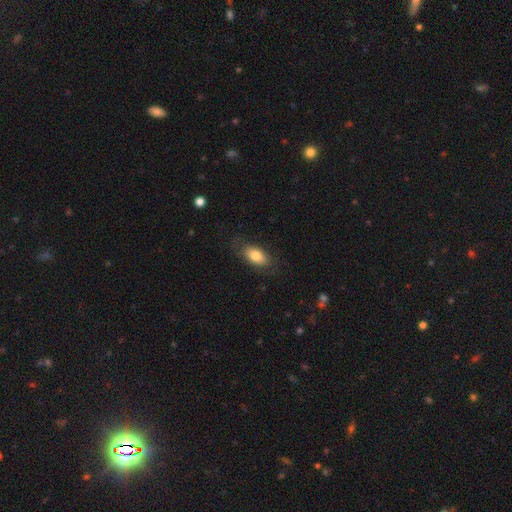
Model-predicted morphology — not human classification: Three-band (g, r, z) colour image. It shows a smooth galaxy with no disk features (78%) that is in between round and cigar-shaped (89%). Merging: none (77%).